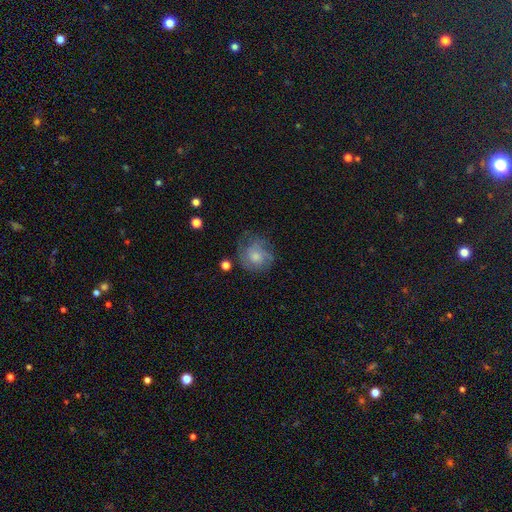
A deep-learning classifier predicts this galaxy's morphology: Q: Smooth or featured?
A: featured or disk (49%); runner-up: smooth (43%)
Q: Merging?
A: none (55%); runner-up: minor disturbance (25%)